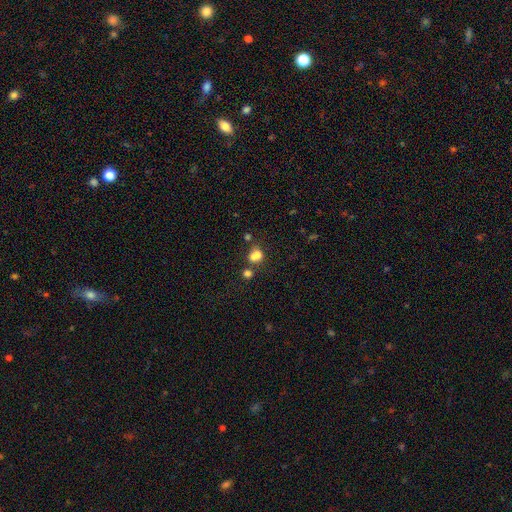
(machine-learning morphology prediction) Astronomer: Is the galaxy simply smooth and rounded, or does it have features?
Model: smooth — 73%.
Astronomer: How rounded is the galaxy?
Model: round — 58% (runner-up: in between, 41%).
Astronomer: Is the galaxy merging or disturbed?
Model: merger — 46% (runner-up: none, 37%).